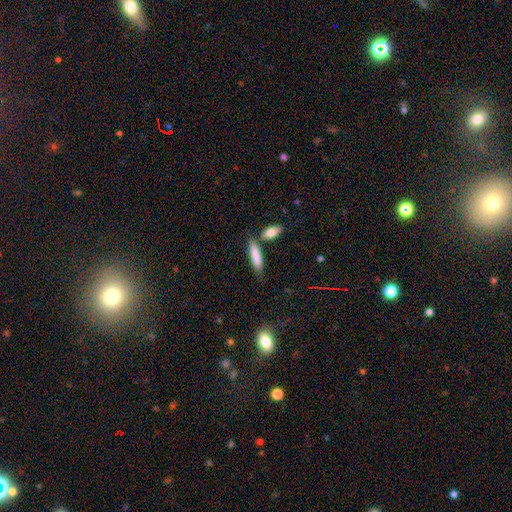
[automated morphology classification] A smooth galaxy with no disk features (83%) that is cigar-shaped (68%). Merging: none (69%).